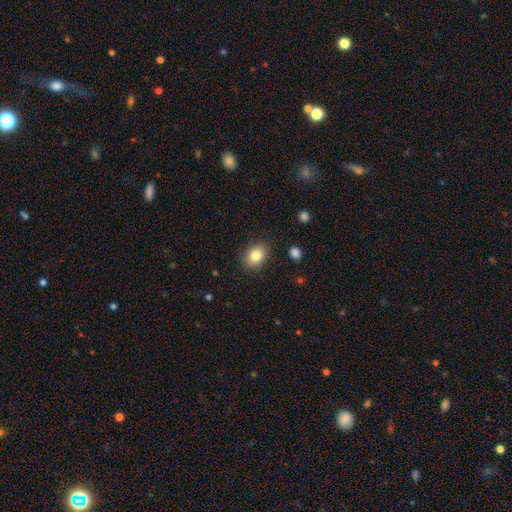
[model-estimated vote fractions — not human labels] smooth 83%, star or artifact 9%, featured or disk 8%. Down the decision tree: how rounded — in between (57%); merging — none (86%).